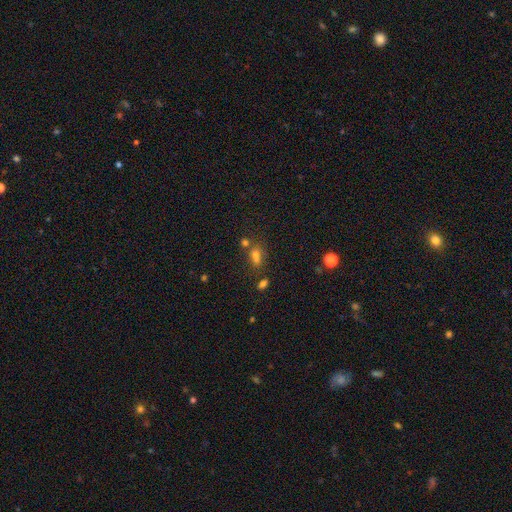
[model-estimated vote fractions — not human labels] Smooth or featured? Predicted: smooth (p=0.55). How rounded? Predicted: in between (p=0.49). Merging? Predicted: none (p=0.49).